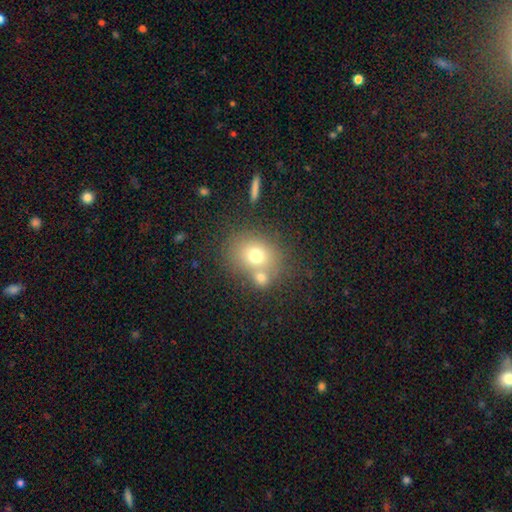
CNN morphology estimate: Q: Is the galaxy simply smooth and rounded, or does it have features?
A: smooth — 70%.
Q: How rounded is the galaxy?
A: round — 67%.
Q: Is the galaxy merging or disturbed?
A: none — 52%.